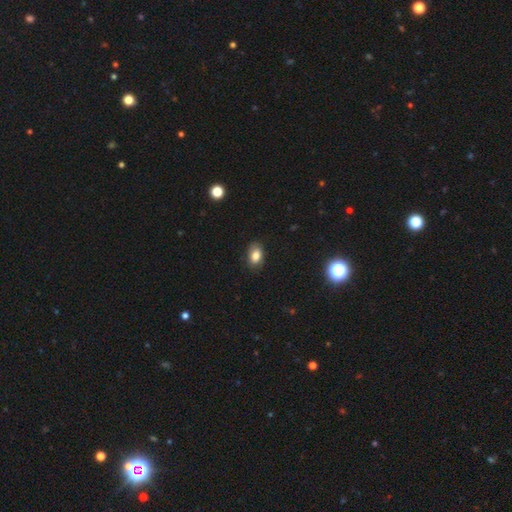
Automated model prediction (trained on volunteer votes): smooth_or_featured: smooth (p=0.82) [alt: star or artifact p=0.10]
how_rounded: in between (p=0.85) [alt: round p=0.13]
merging: none (p=0.83) [alt: minor disturbance p=0.14]